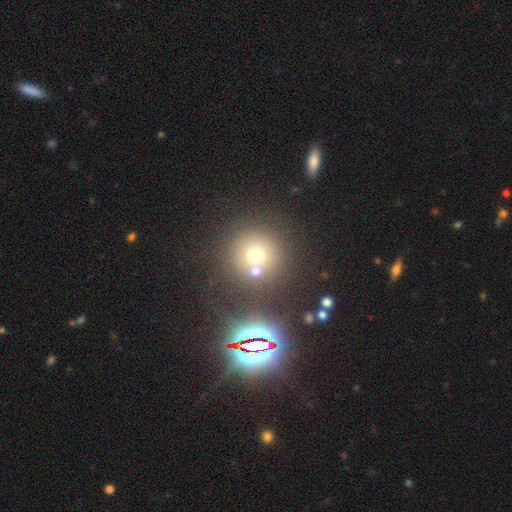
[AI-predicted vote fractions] Q: Smooth or featured?
A: smooth (63%); runner-up: star or artifact (24%)
Q: How rounded?
A: round (94%); runner-up: in between (5%)
Q: Merging?
A: none (65%); runner-up: merger (25%)